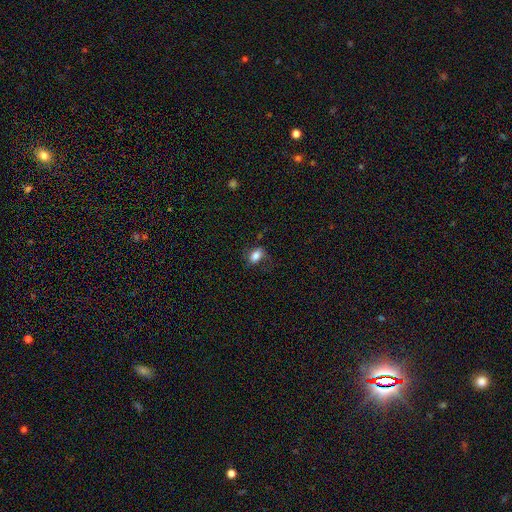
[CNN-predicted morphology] Smooth or featured: smooth — 82% (star or artifact — 9%)
How rounded: in between — 80% (round — 18%)
Merging: none — 68% (minor disturbance — 22%)